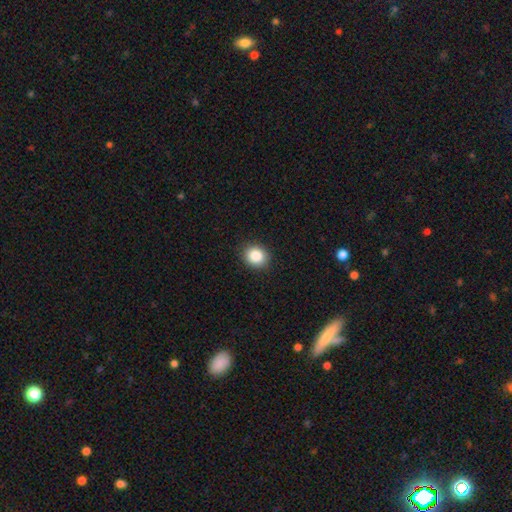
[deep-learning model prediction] Smooth or featured?
  - smooth: 86% *
  - star or artifact: 9%
  - featured or disk: 5%
How rounded?
  - round: 73% *
  - in between: 26%
  - cigar-shaped: 1%
Merging?
  - none: 90% *
  - minor disturbance: 7%
  - major disturbance: 2%
  - merger: 1%